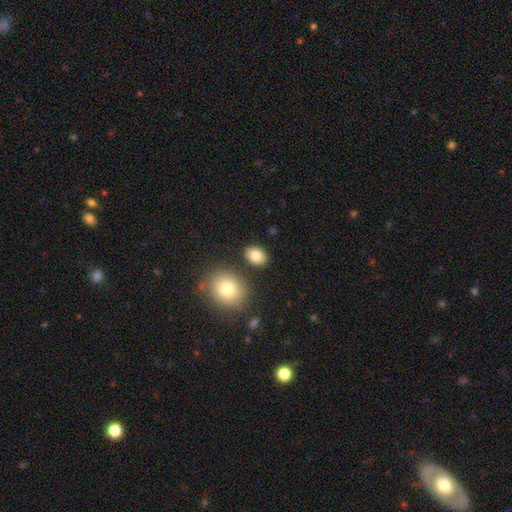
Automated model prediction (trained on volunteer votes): smooth 83%, star or artifact 9%, featured or disk 9%. Down the decision tree: how rounded — in between (73%); merging — none (83%).